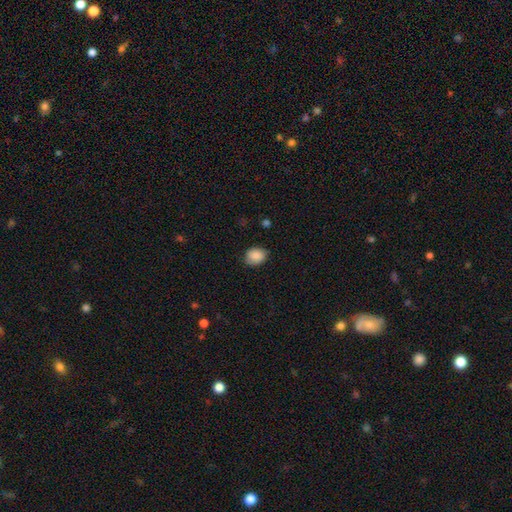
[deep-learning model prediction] Smooth or featured: smooth — 88% (star or artifact — 8%)
How rounded: in between — 50% (round — 49%)
Merging: none — 77% (minor disturbance — 19%)